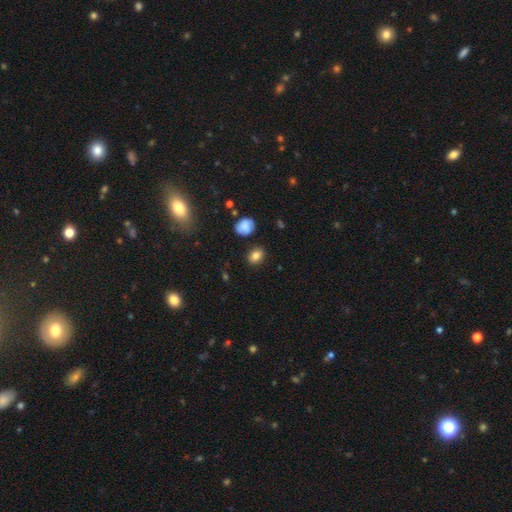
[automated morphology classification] Q: Smooth or featured?
A: smooth (83%); runner-up: star or artifact (10%)
Q: How rounded?
A: in between (66%); runner-up: round (33%)
Q: Merging?
A: none (84%); runner-up: minor disturbance (11%)